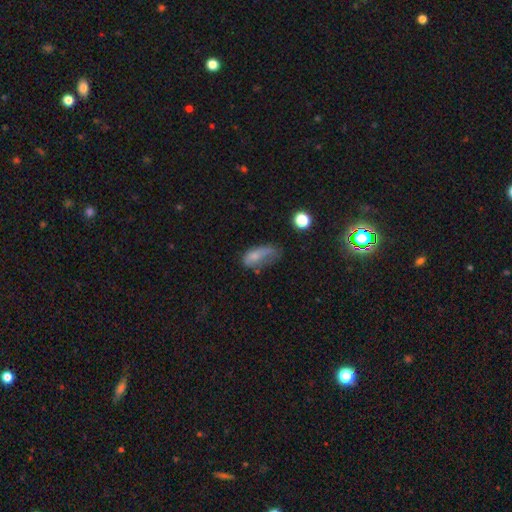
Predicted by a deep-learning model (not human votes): Smooth or featured? Predicted: smooth (p=0.65). How rounded? Predicted: in between (p=0.83). Merging? Predicted: major disturbance (p=0.37).